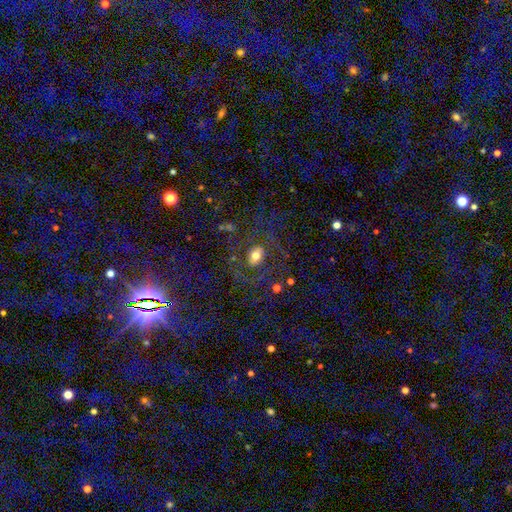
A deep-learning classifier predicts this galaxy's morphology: Q: Smooth or featured?
A: featured or disk (48%); runner-up: smooth (38%)
Q: Merging?
A: none (63%); runner-up: major disturbance (17%)